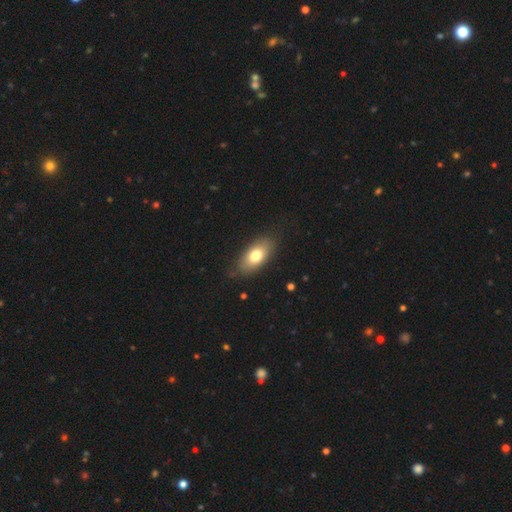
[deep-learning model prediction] Smooth or featured: smooth — 74% (featured or disk — 19%)
How rounded: in between — 88% (cigar-shaped — 7%)
Merging: none — 81% (minor disturbance — 14%)